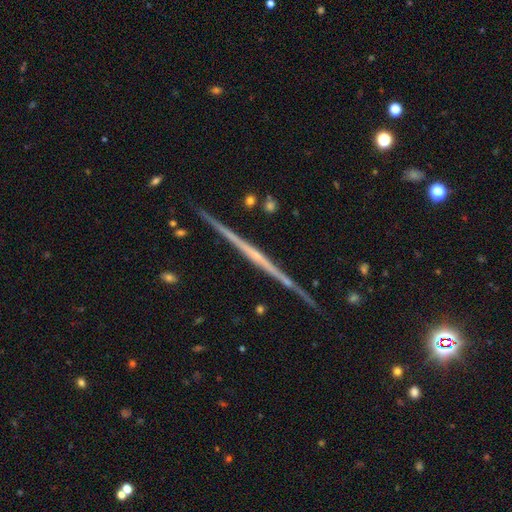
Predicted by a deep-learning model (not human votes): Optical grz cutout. It shows a featured or disk galaxy (83%) viewed edge-on (98%) with no central bulge (61%). Merging: none (89%).